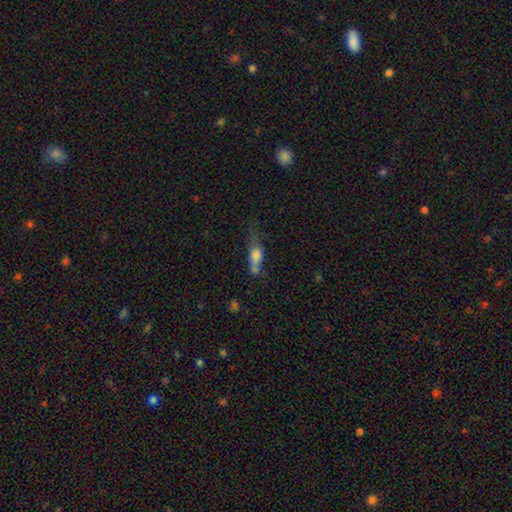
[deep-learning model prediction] Smooth or featured: smooth — 57% (featured or disk — 30%)
How rounded: in between — 51% (cigar-shaped — 40%)
Merging: none — 36% (minor disturbance — 24%)